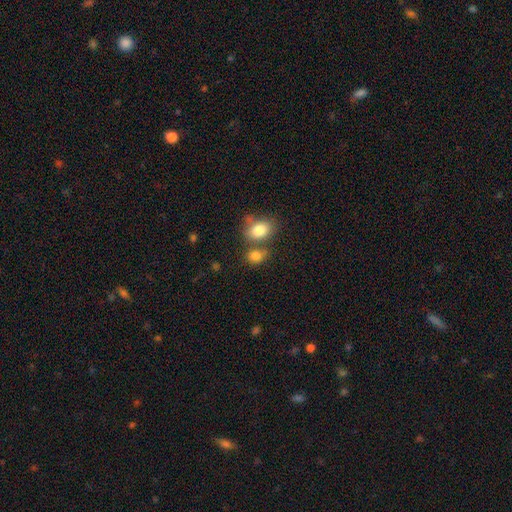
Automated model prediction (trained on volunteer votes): This is clearly a smooth galaxy (81%). How rounded: possibly in between (56%). Merging: possibly none (50%).